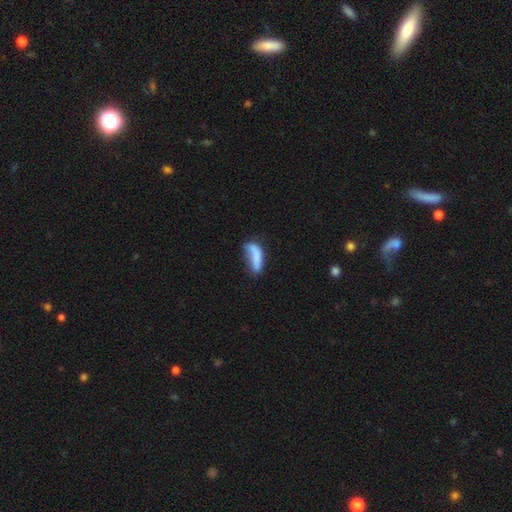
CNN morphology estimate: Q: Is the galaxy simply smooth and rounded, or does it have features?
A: smooth — 71%.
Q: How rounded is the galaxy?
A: in between — 54%.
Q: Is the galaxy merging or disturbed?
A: none — 34%.